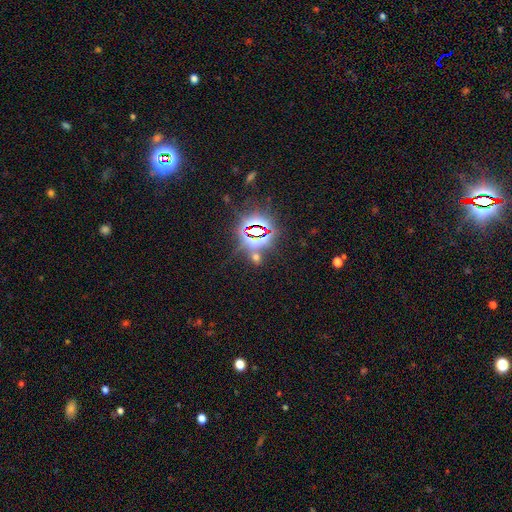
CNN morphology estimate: A star or artifact, not a galaxy (82%).